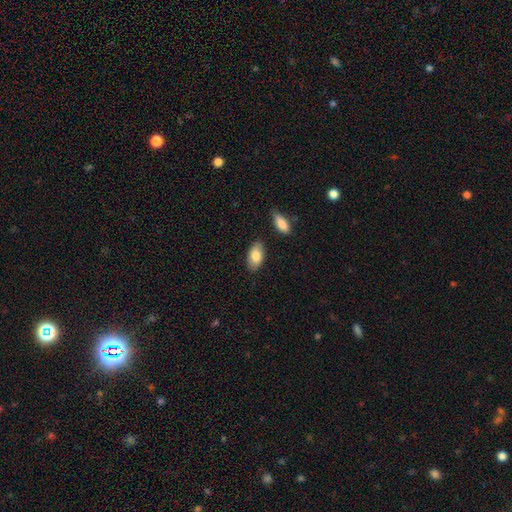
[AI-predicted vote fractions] A smooth galaxy with no disk features (83%) that is in between round and cigar-shaped (94%). Merging: none (83%).